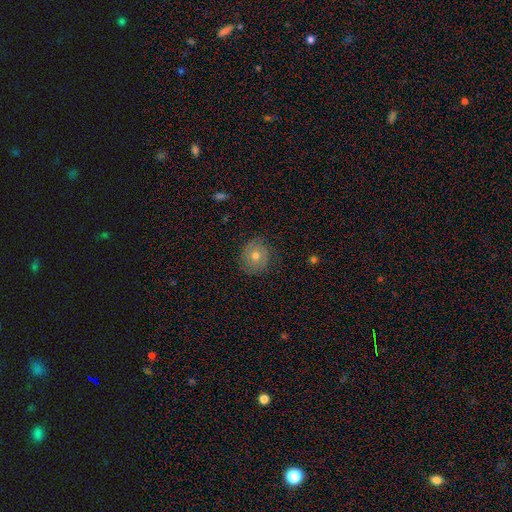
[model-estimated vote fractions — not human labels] Morphology: type=smooth (50%); merging=none (83%).